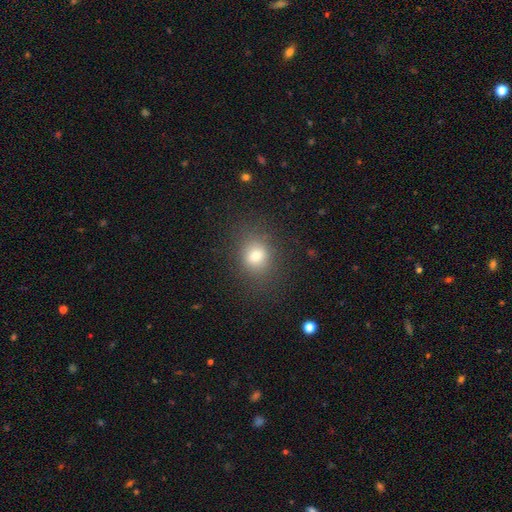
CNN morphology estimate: type=smooth (77%); roundness=round (59%); merging=none (81%).